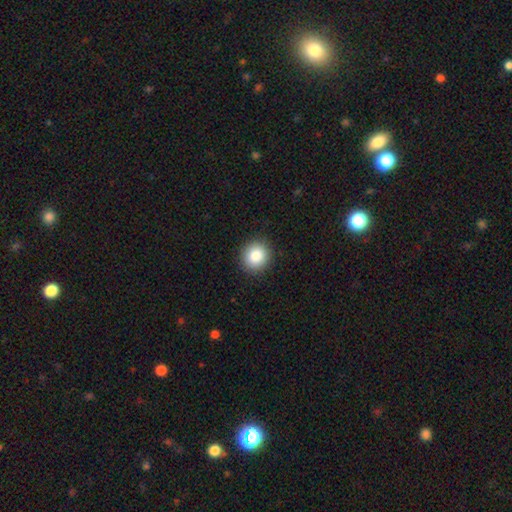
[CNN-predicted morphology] Smooth or featured? Predicted: smooth (p=0.84). How rounded? Predicted: round (p=0.86). Merging? Predicted: none (p=0.91).